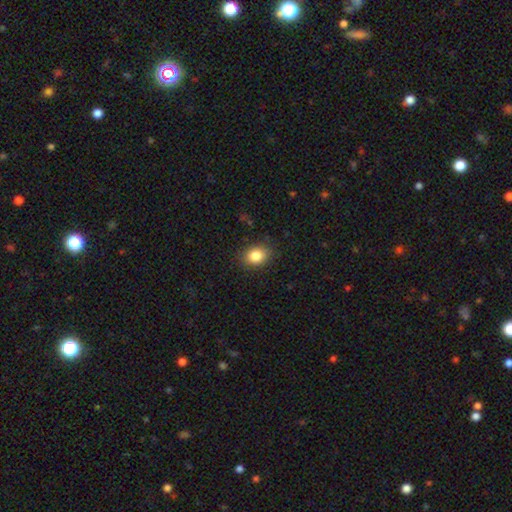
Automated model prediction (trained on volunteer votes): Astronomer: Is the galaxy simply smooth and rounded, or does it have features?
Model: smooth — 84%.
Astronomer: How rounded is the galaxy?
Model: in between — 57% (runner-up: round, 42%).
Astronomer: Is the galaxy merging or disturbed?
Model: none — 86%.